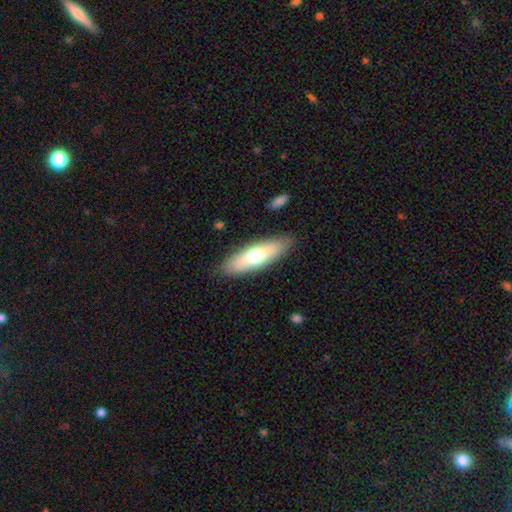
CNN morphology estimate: Overall: smooth (62%; featured or disk 32%). How rounded: in between (52%; cigar-shaped 45%). Merging: none (88%).